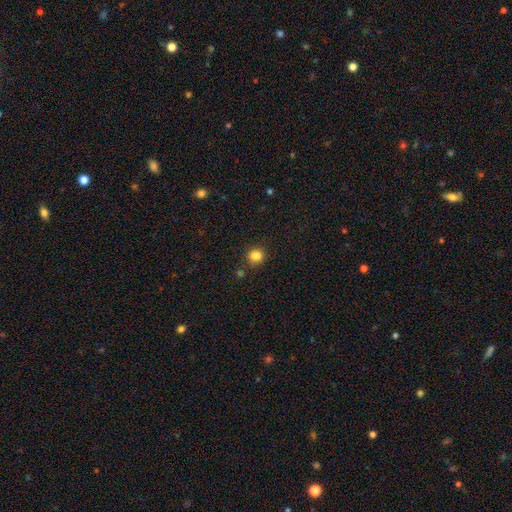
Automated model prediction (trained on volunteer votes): Overall: smooth (83%). How rounded: round (82%). Merging: none (78%).